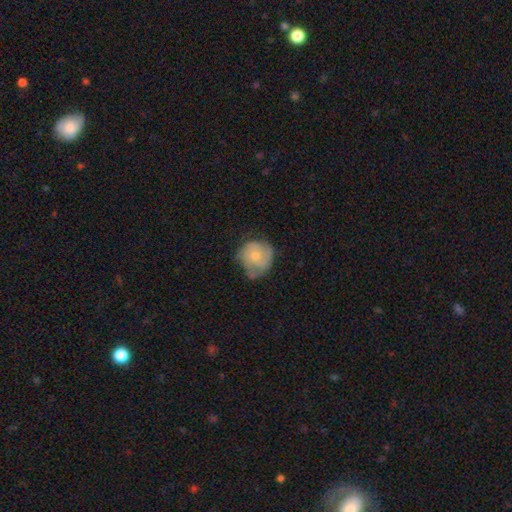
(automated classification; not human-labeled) Morphology: type=smooth (52%); roundness=round (83%); merging=none (47%).